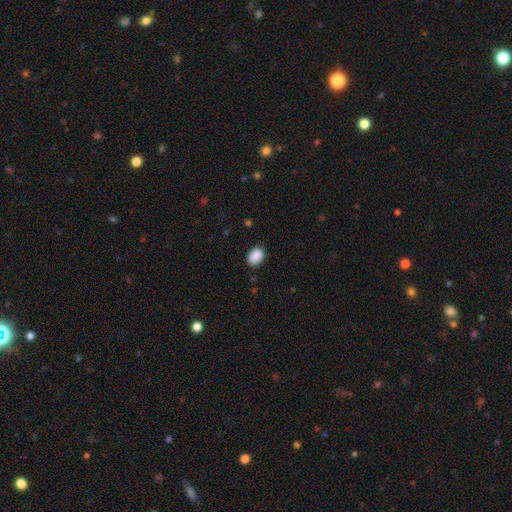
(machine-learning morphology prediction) Smooth or featured?
  - smooth: 89% *
  - star or artifact: 8%
  - featured or disk: 3%
How rounded?
  - in between: 81% *
  - round: 18%
  - cigar-shaped: 1%
Merging?
  - none: 84% *
  - minor disturbance: 12%
  - major disturbance: 2%
  - merger: 1%